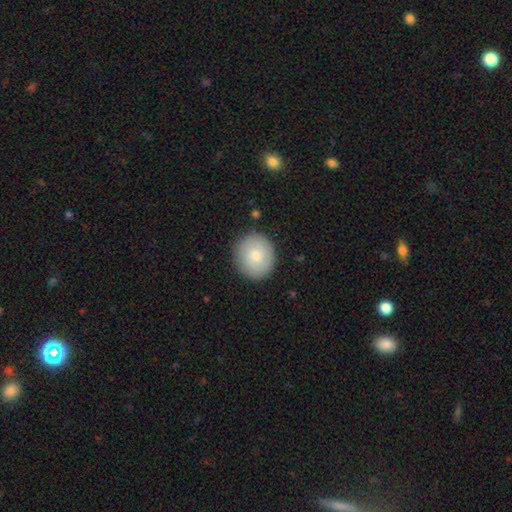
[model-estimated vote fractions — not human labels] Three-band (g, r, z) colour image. It shows a smooth galaxy with no disk features (68%) that is round (86%). Merging: none (87%).